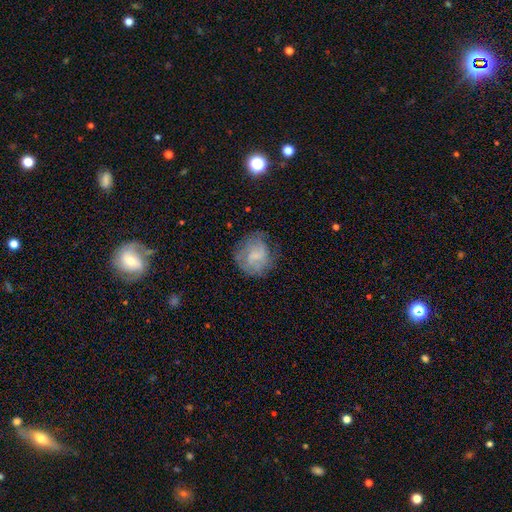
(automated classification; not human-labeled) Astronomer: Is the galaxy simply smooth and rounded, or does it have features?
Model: featured or disk — 50% (runner-up: smooth, 41%).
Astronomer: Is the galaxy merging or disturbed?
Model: none — 63%.